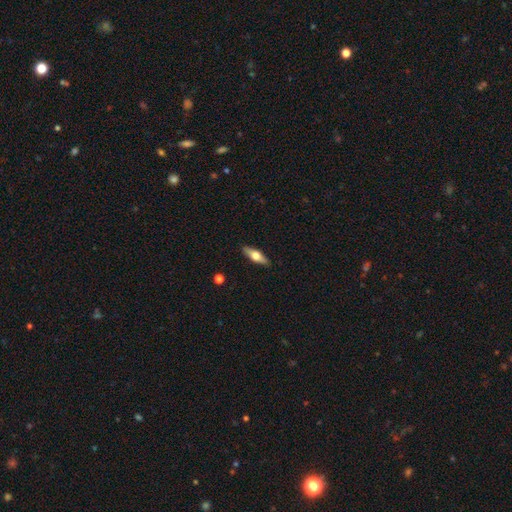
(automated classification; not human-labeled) Smooth or featured? smooth (49%)
Merging? none (89%)